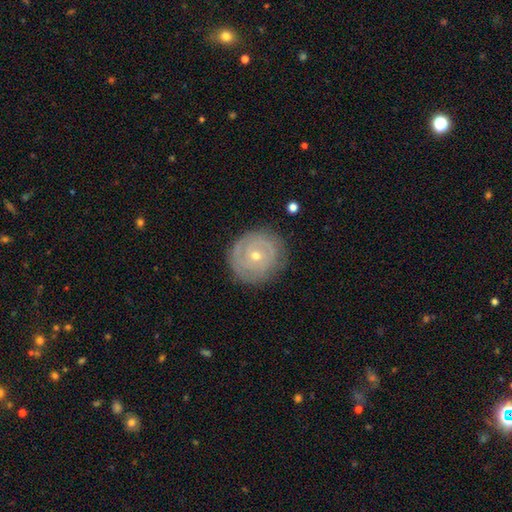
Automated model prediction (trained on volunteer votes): smooth-or-featured: featured or disk: 74% | smooth: 19% | star or artifact: 6%
  disk-edge-on: no: 97% | yes: 3%
    bar: no: 78% | weak: 17% | strong: 5%
    has-spiral-arms: yes: 81% | no: 19%
      spiral-winding: tight: 81% | medium: 15% | loose: 4%
      spiral-arm-count: can't tell: 38% | 2: 33% | 3: 13% | 1: 6% | 4: 5% | more than 4: 4%
    bulge-size: small: 59% | moderate: 39% | large: 1% | none: 1% | dominant: 1%
  merging: none: 83% | minor disturbance: 12% | major disturbance: 4% | merger: 1%